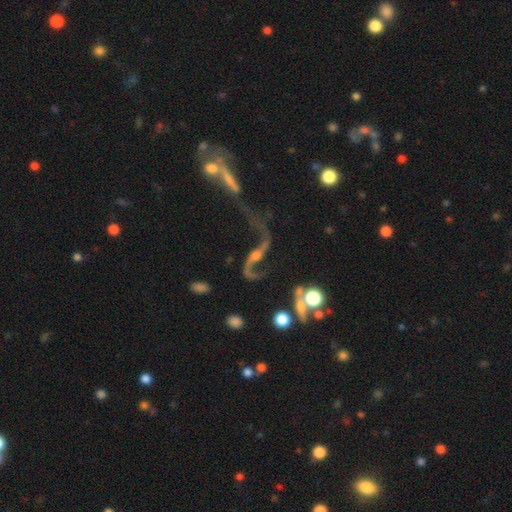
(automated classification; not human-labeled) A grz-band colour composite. It shows a featured or disk galaxy (73%) with no bar (44%), 2 (83%) loose (84%) spiral arms (86%) and a small central bulge (46%). Merging: merger (41%).